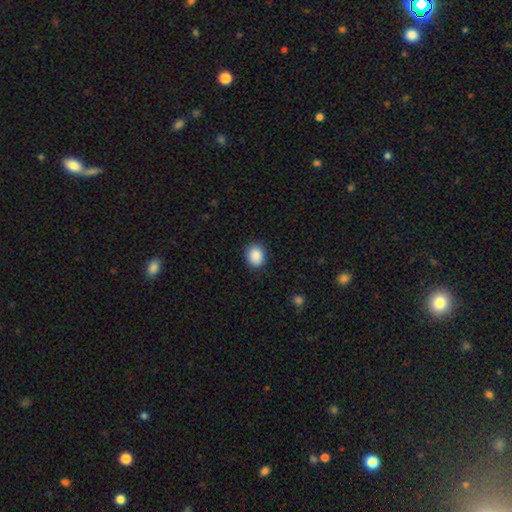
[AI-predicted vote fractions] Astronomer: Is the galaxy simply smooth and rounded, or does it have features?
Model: smooth — 89%.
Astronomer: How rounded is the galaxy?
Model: round — 56% (runner-up: in between, 43%).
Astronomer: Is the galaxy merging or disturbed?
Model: none — 88%.